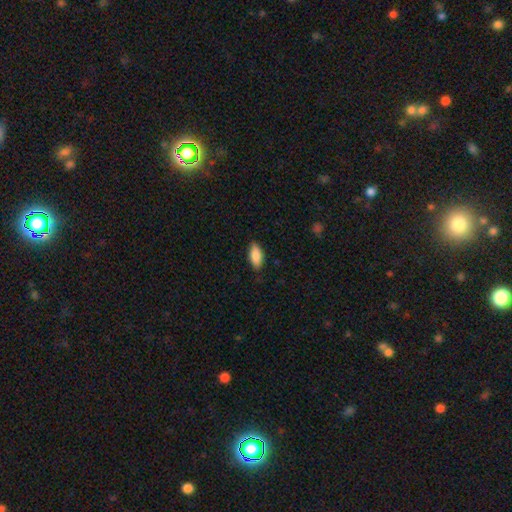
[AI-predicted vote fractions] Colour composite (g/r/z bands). It shows a smooth galaxy with no disk features (87%) that is in between round and cigar-shaped (88%). Merging: none (83%).